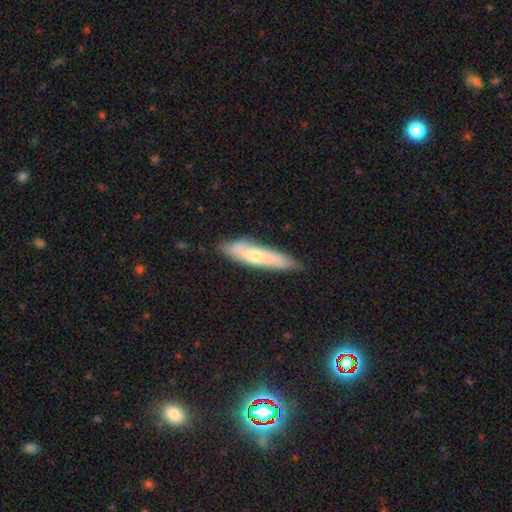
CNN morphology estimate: A smooth galaxy with no disk features (47%, tied with featured or disk).

Vote fractions:
- Smooth or featured? smooth: 47% (tied) / featured or disk: 47% (tied) / star or artifact: 6%
- Merging? none: 72% / minor disturbance: 22% / major disturbance: 4% / merger: 2%